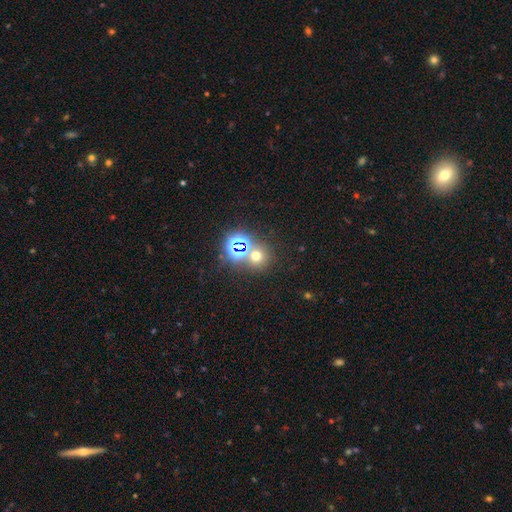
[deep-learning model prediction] smooth_or_featured: smooth (p=0.53) [alt: star or artifact p=0.39]
how_rounded: round (p=0.87) [alt: in between p=0.12]
merging: none (p=0.66) [alt: merger p=0.22]